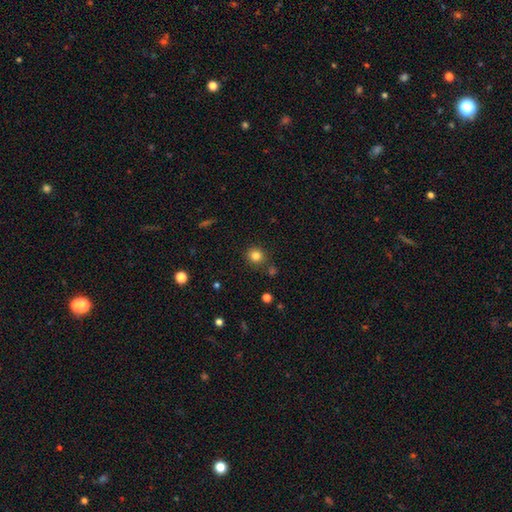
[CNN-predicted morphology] Smooth or featured? smooth (82%)
How rounded? round (89%)
Merging? none (84%)